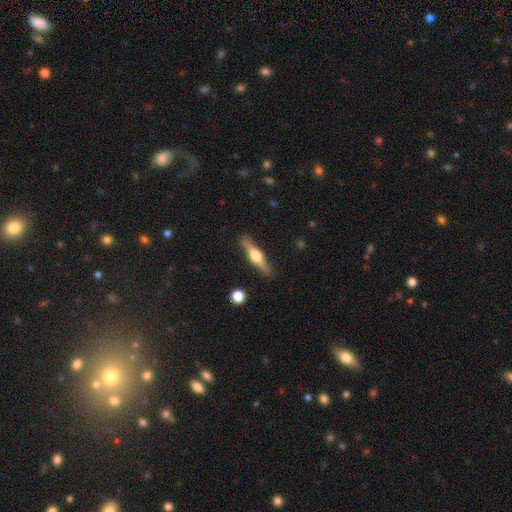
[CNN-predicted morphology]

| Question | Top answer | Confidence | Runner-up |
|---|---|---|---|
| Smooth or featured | featured or disk | 71% | smooth (24%) |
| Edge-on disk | yes | 97% | no (3%) |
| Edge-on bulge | rounded | 95% | boxy (3%) |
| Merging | none | 89% | minor disturbance (8%) |